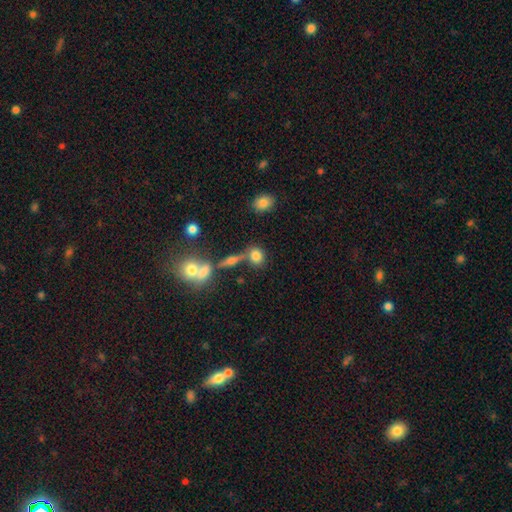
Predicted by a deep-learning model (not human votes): Overall: smooth (77%). How rounded: round (64%; in between 32%). Merging: none (60%; merger 24%).